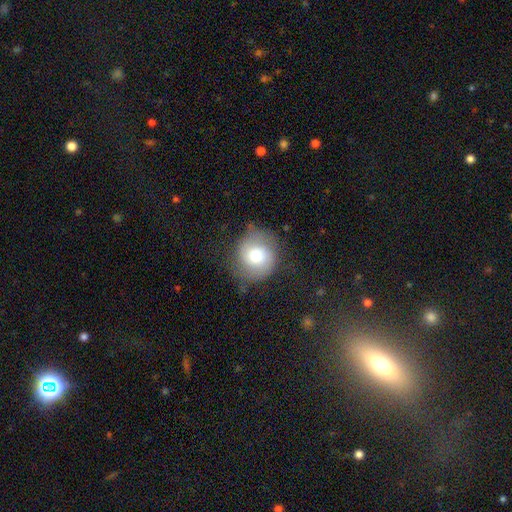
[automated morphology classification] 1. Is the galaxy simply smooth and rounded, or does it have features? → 57% smooth, 35% featured or disk, 9% star or artifact.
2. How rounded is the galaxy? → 87% round, 12% in between, 1% cigar-shaped.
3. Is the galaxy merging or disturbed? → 66% none, 23% minor disturbance, 9% major disturbance, 2% merger.